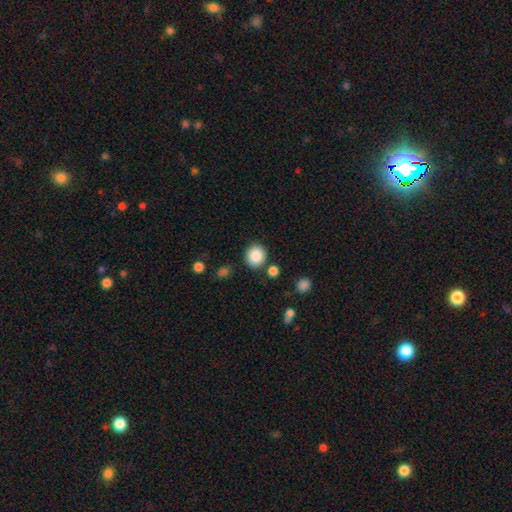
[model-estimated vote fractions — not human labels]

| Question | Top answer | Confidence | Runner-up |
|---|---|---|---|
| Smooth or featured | smooth | 87% | star or artifact (9%) |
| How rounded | round | 78% | in between (21%) |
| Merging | none | 83% | minor disturbance (9%) |